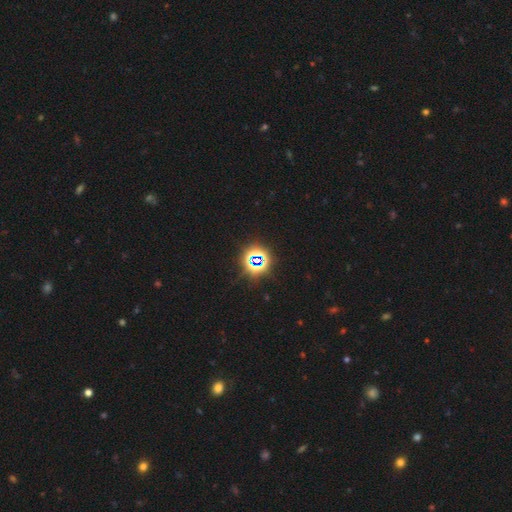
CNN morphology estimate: smooth-or-featured: star or artifact: 75% | smooth: 17% | featured or disk: 9%